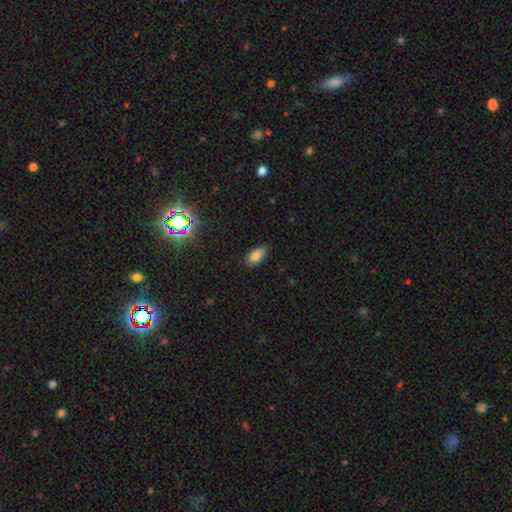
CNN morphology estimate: A smooth galaxy with no disk features (82%) that is in between round and cigar-shaped (92%).

Vote fractions:
- Smooth or featured? smooth: 82% / star or artifact: 11% / featured or disk: 7%
- How rounded? in between: 92% / round: 4% / cigar-shaped: 3%
- Merging? none: 84% / minor disturbance: 12% / major disturbance: 3% / merger: 1%